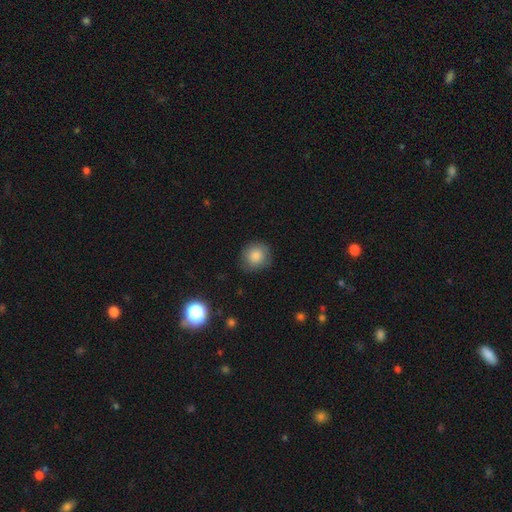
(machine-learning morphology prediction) Smooth or featured? Predicted: smooth (p=0.84). How rounded? Predicted: round (p=0.87). Merging? Predicted: none (p=0.81).